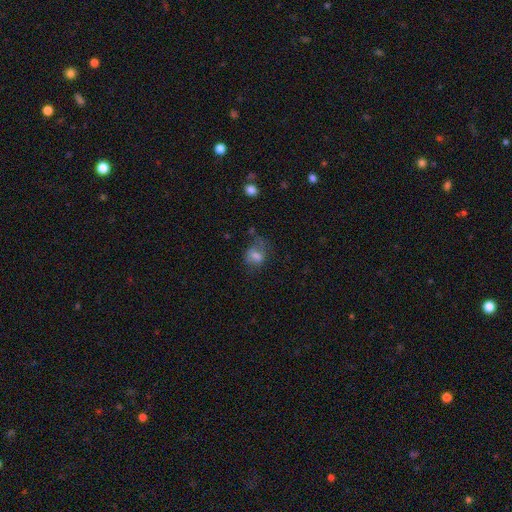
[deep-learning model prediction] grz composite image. It shows a smooth galaxy with no disk features (61%) that is in between round and cigar-shaped (56%). Merging: none (40%).